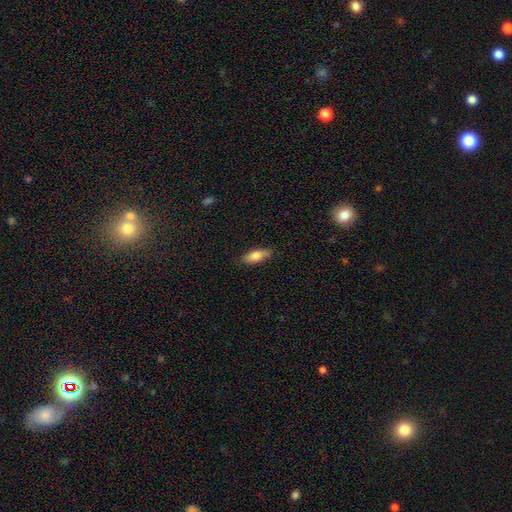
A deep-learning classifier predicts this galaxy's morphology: smooth_or_featured: smooth (p=0.80) [alt: featured or disk p=0.14]
how_rounded: in between (p=0.67) [alt: cigar-shaped p=0.30]
merging: none (p=0.83) [alt: minor disturbance p=0.14]